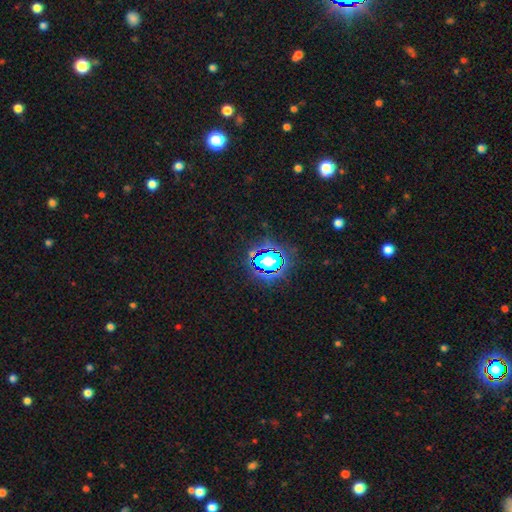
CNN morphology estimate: smooth-or-featured: star or artifact: 74% | smooth: 17% | featured or disk: 9%